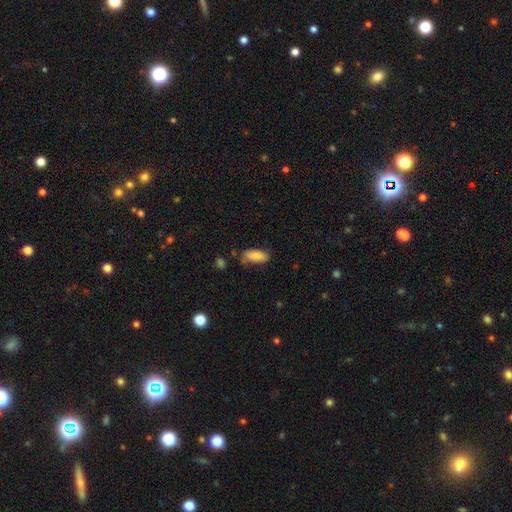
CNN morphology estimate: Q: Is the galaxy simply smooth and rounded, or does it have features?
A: smooth — 84%.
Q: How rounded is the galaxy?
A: in between — 81%.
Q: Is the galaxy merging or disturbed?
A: none — 66%.